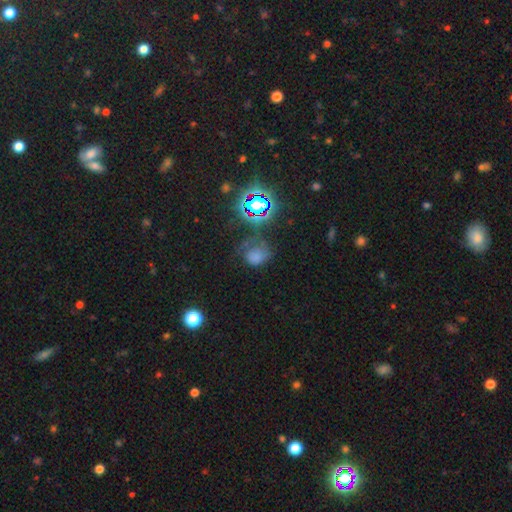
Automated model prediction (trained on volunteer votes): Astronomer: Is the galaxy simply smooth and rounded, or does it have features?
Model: smooth — 54% (runner-up: star or artifact, 30%).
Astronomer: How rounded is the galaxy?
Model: round — 61% (runner-up: in between, 37%).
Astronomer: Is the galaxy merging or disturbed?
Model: none — 41% (runner-up: major disturbance, 29%).